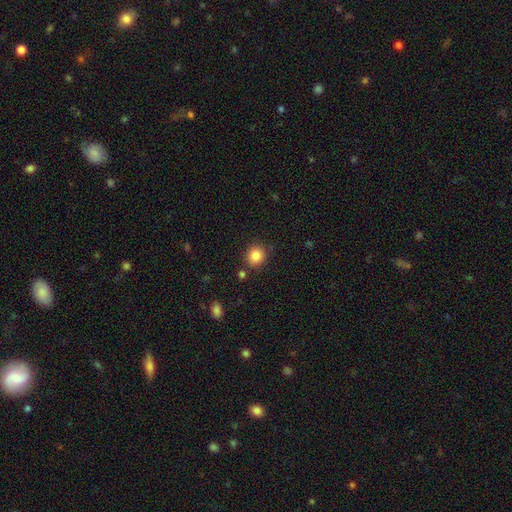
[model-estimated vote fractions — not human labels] This appears to be a smooth galaxy with no disk features (85%) that is round (87%). Merging: none (84%).